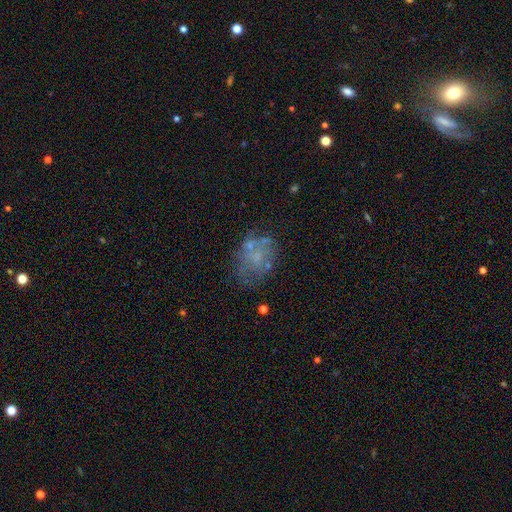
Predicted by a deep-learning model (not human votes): Q: Smooth or featured?
A: featured or disk (49%); runner-up: smooth (35%)
Q: Merging?
A: none (52%); runner-up: minor disturbance (21%)